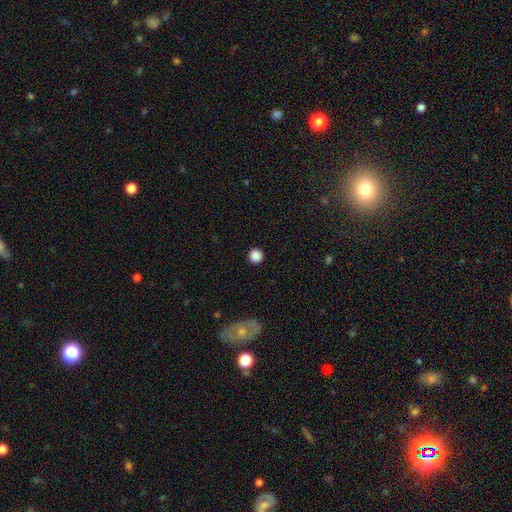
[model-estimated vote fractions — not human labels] Q: Smooth or featured?
A: smooth (87%); runner-up: star or artifact (10%)
Q: How rounded?
A: round (96%); runner-up: in between (3%)
Q: Merging?
A: none (92%); runner-up: minor disturbance (5%)